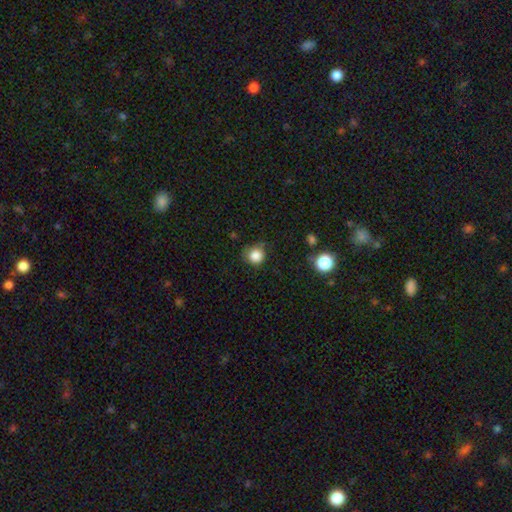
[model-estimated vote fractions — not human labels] This appears to be a smooth galaxy with no disk features (85%) that is round (88%). Merging: none (66%).